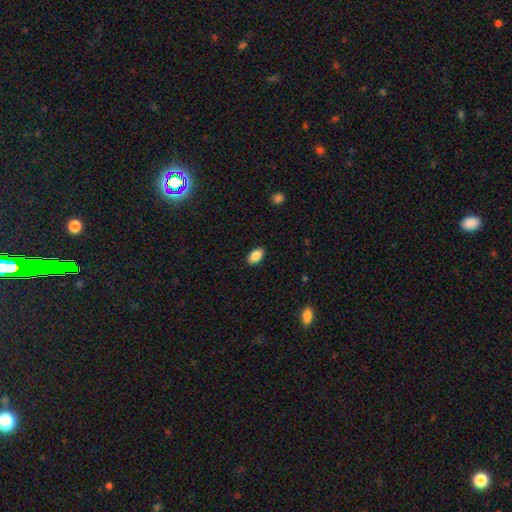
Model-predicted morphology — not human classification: smooth-or-featured: smooth: 87% | star or artifact: 7% | featured or disk: 5%
  how-rounded: in between: 92% | round: 6% | cigar-shaped: 2%
  merging: none: 89% | minor disturbance: 8% | major disturbance: 2% | merger: 1%